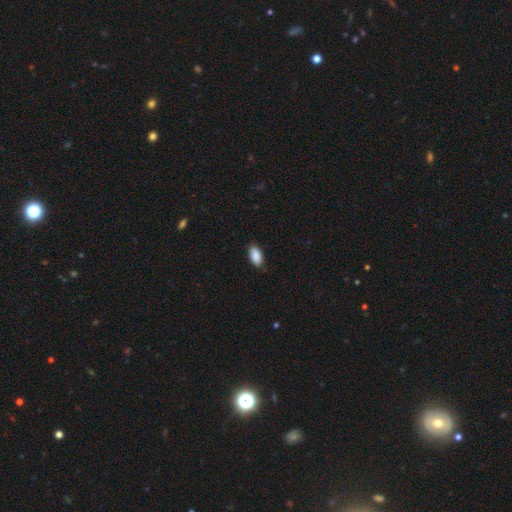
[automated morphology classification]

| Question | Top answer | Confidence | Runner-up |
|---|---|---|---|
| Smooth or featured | smooth | 90% | star or artifact (6%) |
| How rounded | in between | 93% | cigar-shaped (4%) |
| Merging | none | 84% | minor disturbance (13%) |